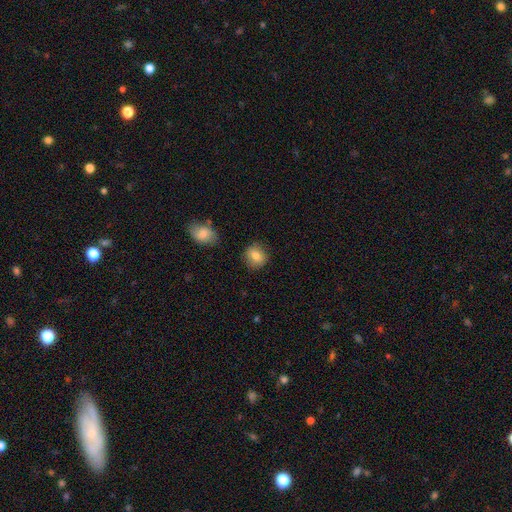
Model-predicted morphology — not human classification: A smooth galaxy with no disk features (80%) that is round (78%).

Vote fractions:
- Smooth or featured? smooth: 80% / featured or disk: 11% / star or artifact: 9%
- How rounded? round: 78% / in between: 21% / cigar-shaped: 1%
- Merging? none: 86% / minor disturbance: 10% / major disturbance: 2% / merger: 2%